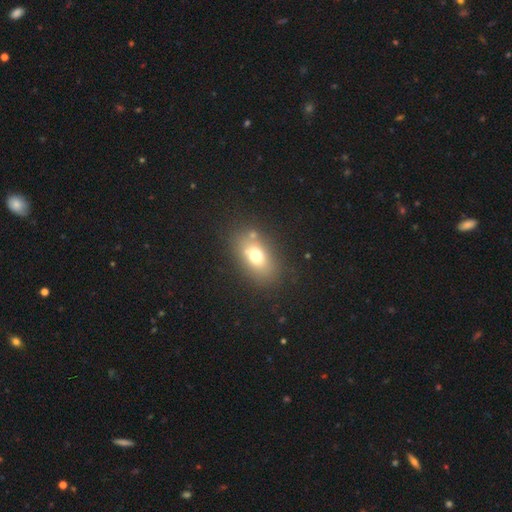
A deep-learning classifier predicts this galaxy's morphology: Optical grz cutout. It shows a smooth galaxy with no disk features (69%) that is in between round and cigar-shaped (79%). Merging: none (75%).